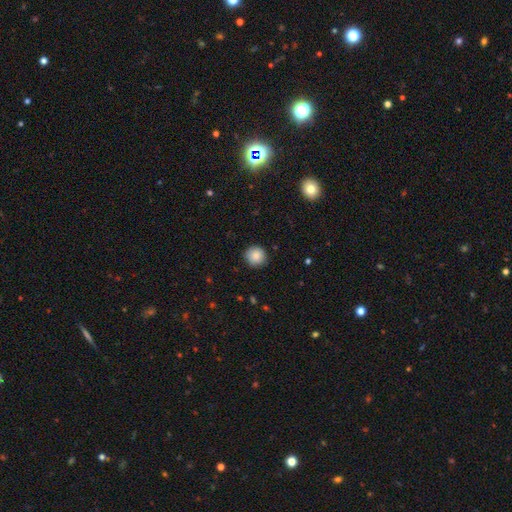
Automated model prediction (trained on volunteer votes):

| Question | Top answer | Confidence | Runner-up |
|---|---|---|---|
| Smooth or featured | smooth | 87% | star or artifact (9%) |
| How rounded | round | 94% | in between (5%) |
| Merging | none | 90% | minor disturbance (7%) |